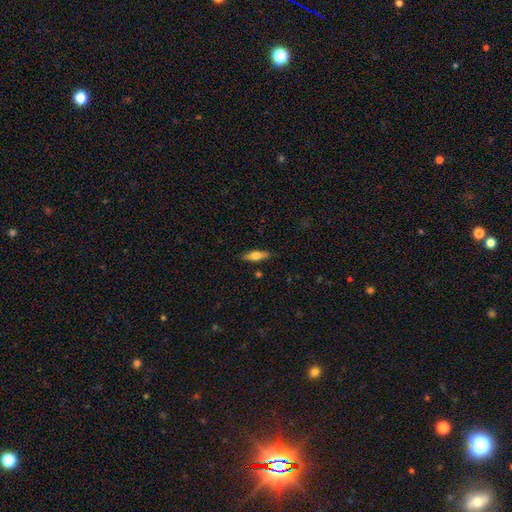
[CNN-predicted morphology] Q: Smooth or featured?
A: smooth (55%); runner-up: featured or disk (38%)
Q: How rounded?
A: cigar-shaped (54%); runner-up: in between (43%)
Q: Merging?
A: none (86%); runner-up: minor disturbance (10%)